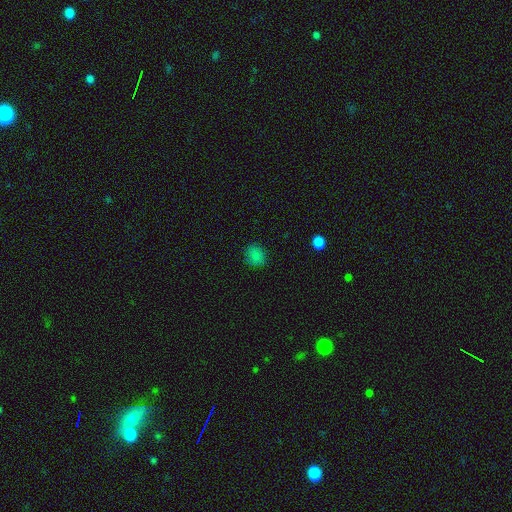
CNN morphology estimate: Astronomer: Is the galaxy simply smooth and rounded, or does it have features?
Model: smooth — 82%.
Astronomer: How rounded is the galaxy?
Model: round — 73%.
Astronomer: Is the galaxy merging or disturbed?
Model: none — 84%.